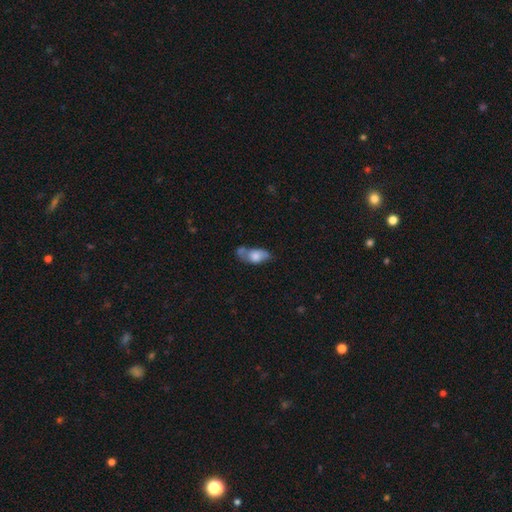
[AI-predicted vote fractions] smooth_or_featured: smooth (p=0.66) [alt: featured or disk p=0.25]
how_rounded: in between (p=0.84) [alt: round p=0.08]
merging: merger (p=0.33) [alt: none p=0.28]